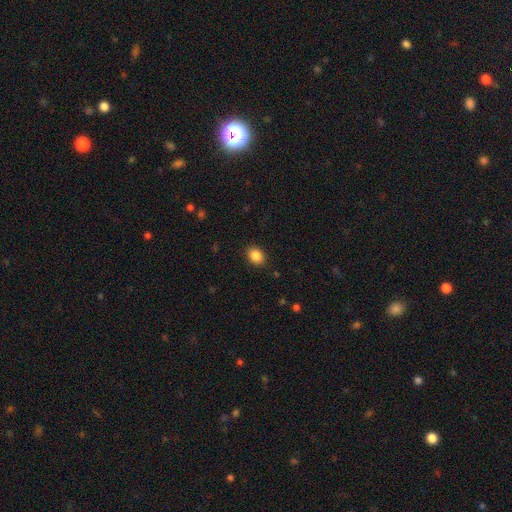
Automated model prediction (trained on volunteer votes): A smooth galaxy with no disk features (87%) that is in between round and cigar-shaped (57%).

Vote fractions:
- Smooth or featured? smooth: 87% / star or artifact: 9% / featured or disk: 4%
- How rounded? in between: 57% / round: 42% / cigar-shaped: 1%
- Merging? none: 89% / minor disturbance: 8% / major disturbance: 2% / merger: 1%